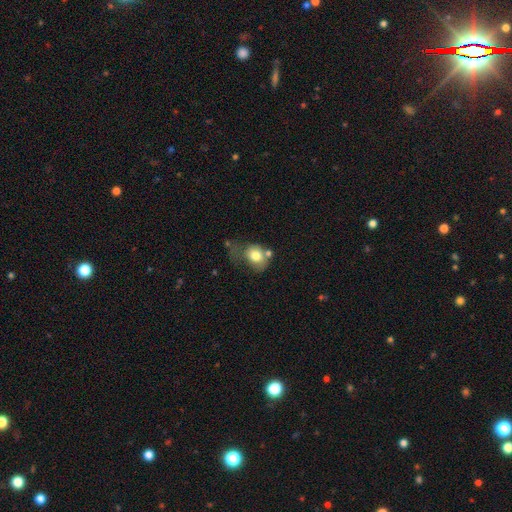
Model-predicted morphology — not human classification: smooth_or_featured: smooth (p=0.76) [alt: featured or disk p=0.16]
how_rounded: round (p=0.52) [alt: in between p=0.47]
merging: none (p=0.29) [alt: major disturbance p=0.26]